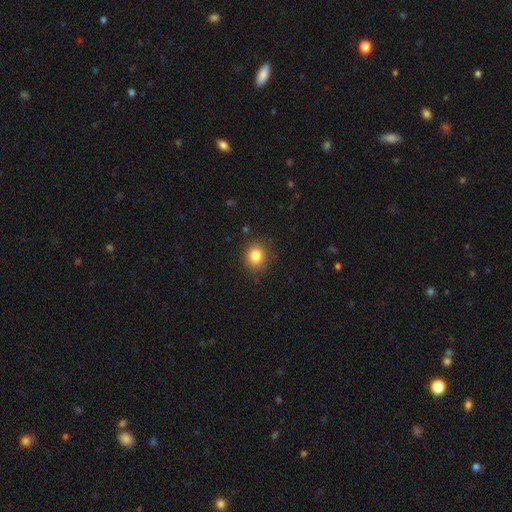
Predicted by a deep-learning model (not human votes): Q: Smooth or featured?
A: smooth (83%); runner-up: star or artifact (11%)
Q: How rounded?
A: round (69%); runner-up: in between (30%)
Q: Merging?
A: none (86%); runner-up: minor disturbance (10%)